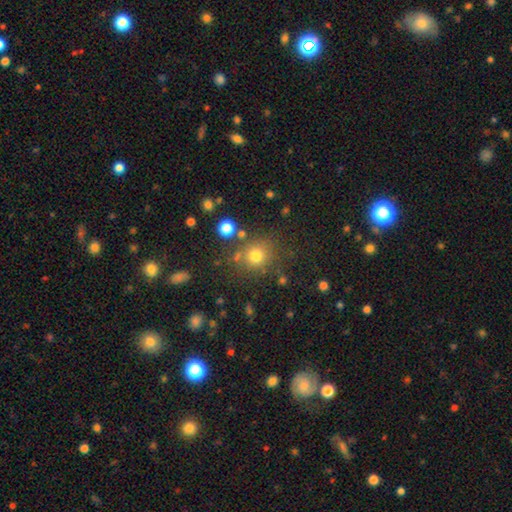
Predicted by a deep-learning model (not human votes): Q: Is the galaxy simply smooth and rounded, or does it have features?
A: smooth — 75%.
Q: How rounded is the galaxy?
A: round — 86%.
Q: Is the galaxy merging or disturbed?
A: none — 76%.